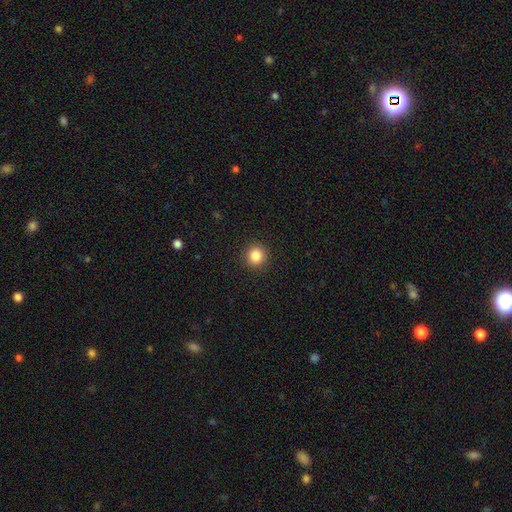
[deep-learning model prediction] Overall: smooth (84%). How rounded: round (94%). Merging: none (92%).